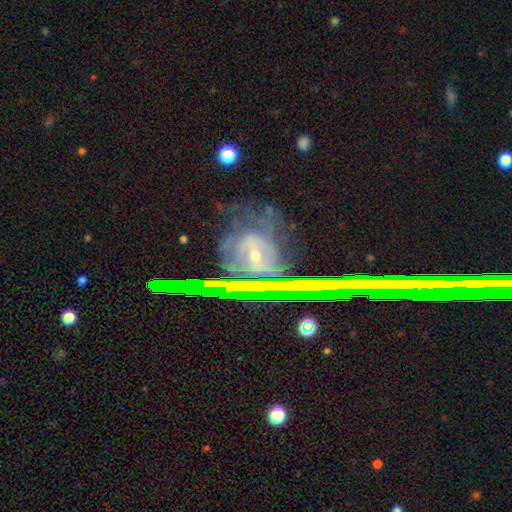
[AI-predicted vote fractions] A featured or disk galaxy (67%) with no bar (42%), spiral arms (82%) and a small central bulge (59%). Merging: none (63%).